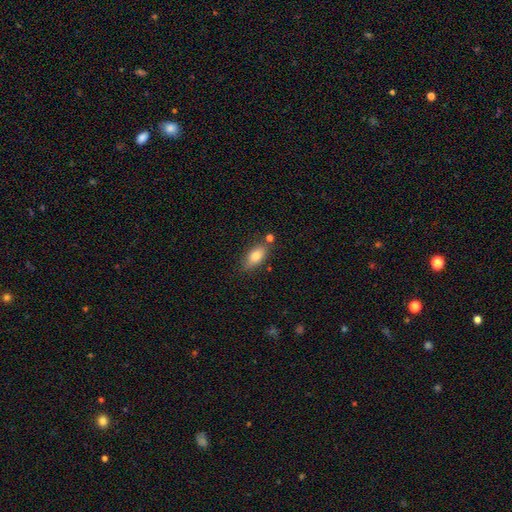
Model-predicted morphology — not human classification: Q: Smooth or featured?
A: smooth (80%); runner-up: featured or disk (12%)
Q: How rounded?
A: in between (84%); runner-up: cigar-shaped (12%)
Q: Merging?
A: none (71%); runner-up: minor disturbance (16%)